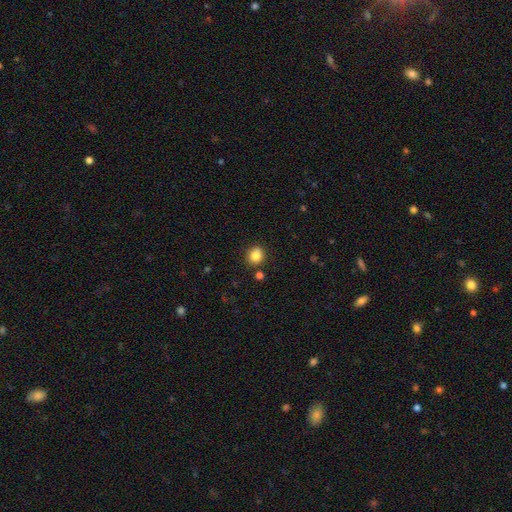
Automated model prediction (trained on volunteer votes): Smooth or featured? Predicted: smooth (p=0.82). How rounded? Predicted: round (p=0.83). Merging? Predicted: none (p=0.82).